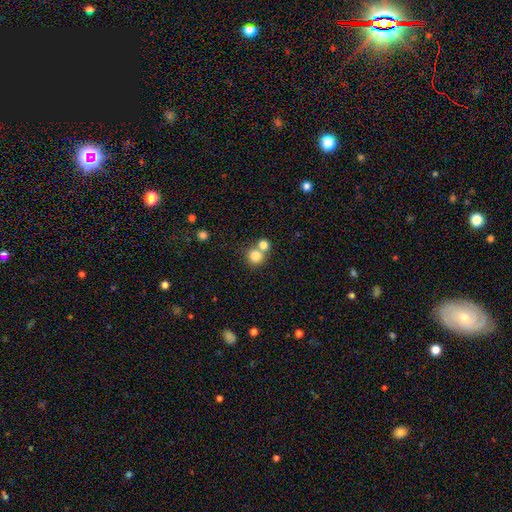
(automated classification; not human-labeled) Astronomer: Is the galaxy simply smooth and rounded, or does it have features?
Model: smooth — 80%.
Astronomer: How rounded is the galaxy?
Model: round — 89%.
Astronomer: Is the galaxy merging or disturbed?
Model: none — 53% (runner-up: merger, 38%).